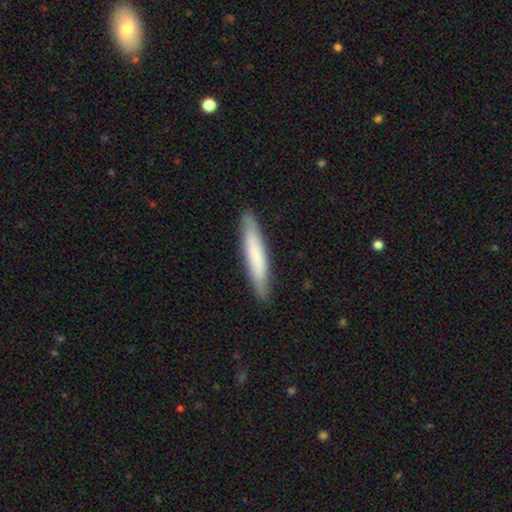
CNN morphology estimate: smooth 71%, featured or disk 24%, star or artifact 5%. Down the decision tree: how rounded — cigar-shaped (92%); merging — none (88%).